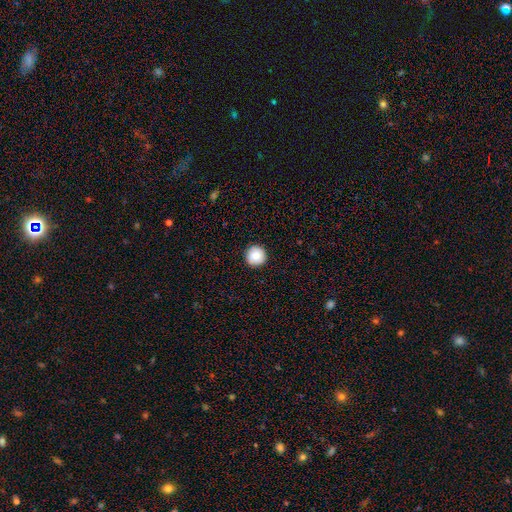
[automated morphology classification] Smooth or featured? Predicted: smooth (p=0.84). How rounded? Predicted: round (p=0.96). Merging? Predicted: none (p=0.92).